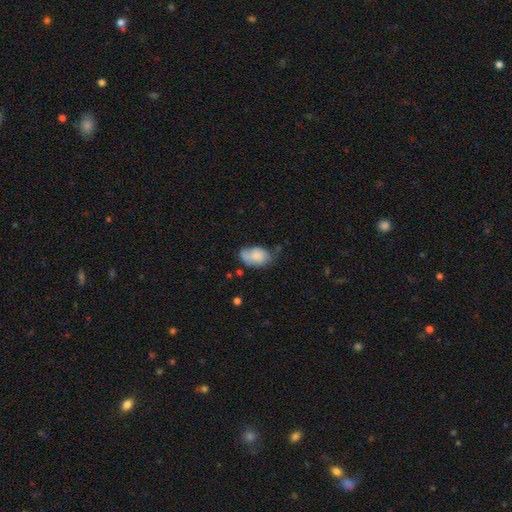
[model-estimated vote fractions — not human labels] A smooth galaxy with no disk features (75%) that is in between round and cigar-shaped (88%).

Vote fractions:
- Smooth or featured? smooth: 75% / featured or disk: 17% / star or artifact: 7%
- How rounded? in between: 88% / round: 10% / cigar-shaped: 1%
- Merging? none: 47% / minor disturbance: 34% / major disturbance: 11% / merger: 8%